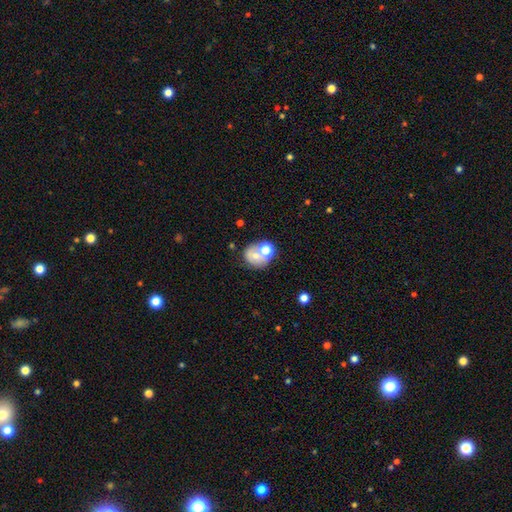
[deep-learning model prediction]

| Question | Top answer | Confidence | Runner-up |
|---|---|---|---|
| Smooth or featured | smooth | 61% | featured or disk (27%) |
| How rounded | round | 68% | in between (31%) |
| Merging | merger | 44% | none (38%) |